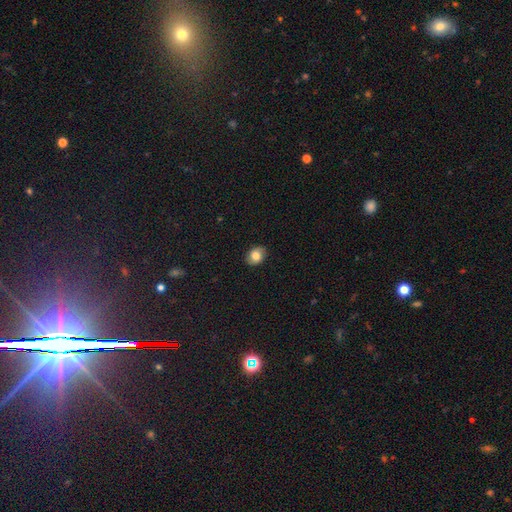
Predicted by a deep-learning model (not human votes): This is likely a smooth galaxy (79%). How rounded: possibly in between (60%). Merging: clearly none (87%).